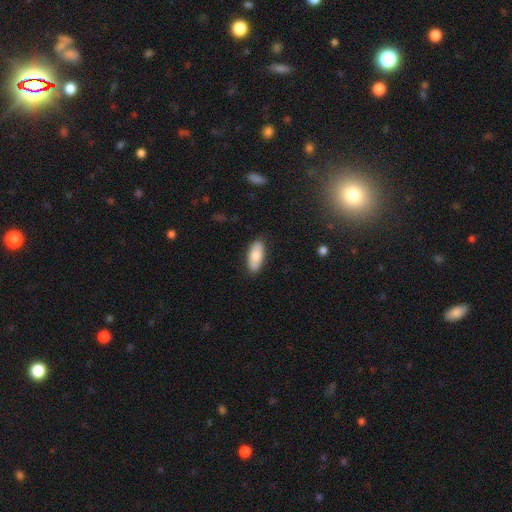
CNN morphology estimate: Q: Smooth or featured?
A: smooth (80%); runner-up: featured or disk (14%)
Q: How rounded?
A: in between (84%); runner-up: cigar-shaped (14%)
Q: Merging?
A: none (86%); runner-up: minor disturbance (10%)